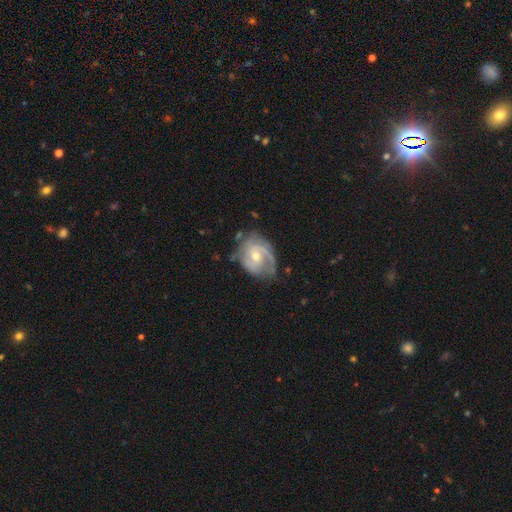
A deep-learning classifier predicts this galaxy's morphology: Smooth or featured?
  - featured or disk: 81% *
  - smooth: 13%
  - star or artifact: 6%
Edge-on disk?
  - no: 97% *
  - yes: 3%
Bar?
  - no: 57% *
  - weak: 36%
  - strong: 7%
Spiral arms?
  - yes: 92% *
  - no: 8%
Spiral winding?
  - tight: 43% *
  - medium: 40%
  - loose: 17%
Spiral arm count?
  - 2: 44% *
  - can't tell: 23%
  - 1: 14%
  - 3: 13%
  - 4: 3%
  - more than 4: 3%
Bulge size?
  - moderate: 51% *
  - small: 45%
  - large: 2%
  - none: 1%
  - dominant: 1%
Merging?
  - none: 59% *
  - minor disturbance: 26%
  - major disturbance: 13%
  - merger: 2%